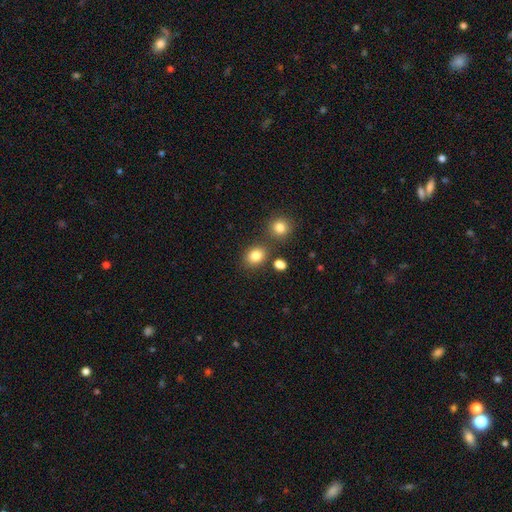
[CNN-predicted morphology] This appears to be a smooth galaxy with no disk features (83%) that is round (50%). Merging: none (75%).